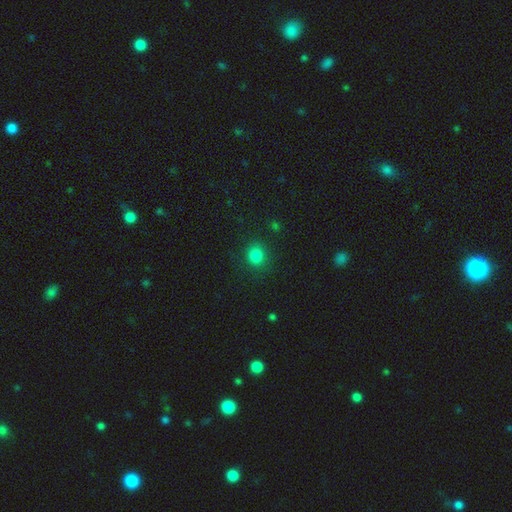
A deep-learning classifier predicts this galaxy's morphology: smooth_or_featured: smooth (p=0.82) [alt: star or artifact p=0.13]
how_rounded: round (p=0.84) [alt: in between p=0.15]
merging: none (p=0.87) [alt: minor disturbance p=0.08]